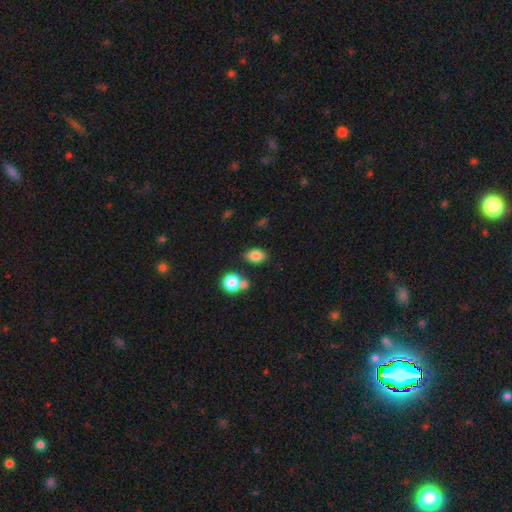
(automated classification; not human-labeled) Overall: smooth (83%). How rounded: in between (80%). Merging: none (73%).